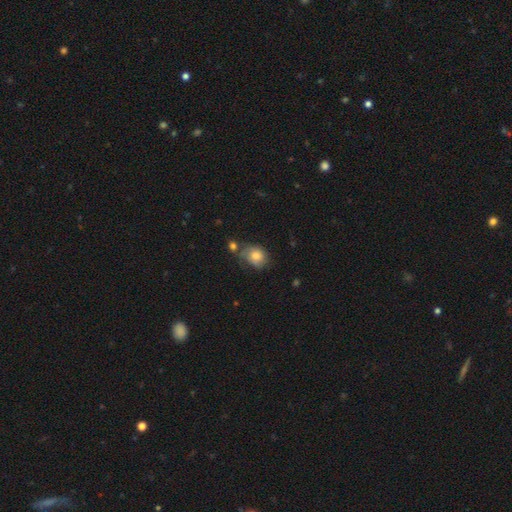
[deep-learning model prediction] Smooth or featured: smooth — 71% (featured or disk — 20%)
How rounded: in between — 50% (round — 49%)
Merging: none — 44% (minor disturbance — 29%)